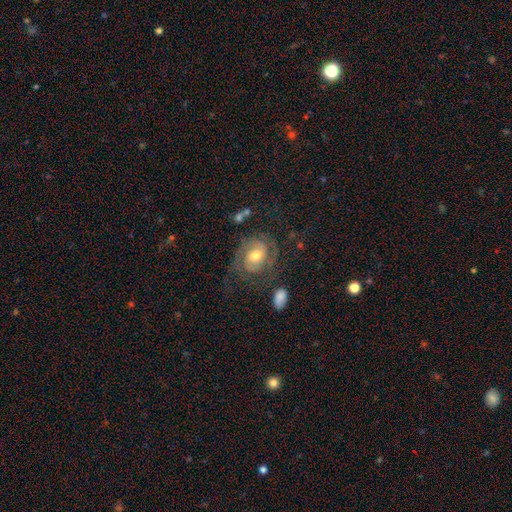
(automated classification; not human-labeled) smooth-or-featured: featured or disk: 75% | smooth: 17% | star or artifact: 8%
  disk-edge-on: no: 97% | yes: 3%
    bar: no: 56% | weak: 35% | strong: 9%
    has-spiral-arms: yes: 90% | no: 10%
      spiral-winding: tight: 44% | medium: 41% | loose: 15%
      spiral-arm-count: 2: 67% | can't tell: 16% | 1: 7% | 3: 6% | 4: 2% | more than 4: 2%
    bulge-size: moderate: 70% | small: 20% | large: 8% | none: 1% | dominant: 1%
  merging: none: 60% | minor disturbance: 18% | major disturbance: 18% | merger: 4%